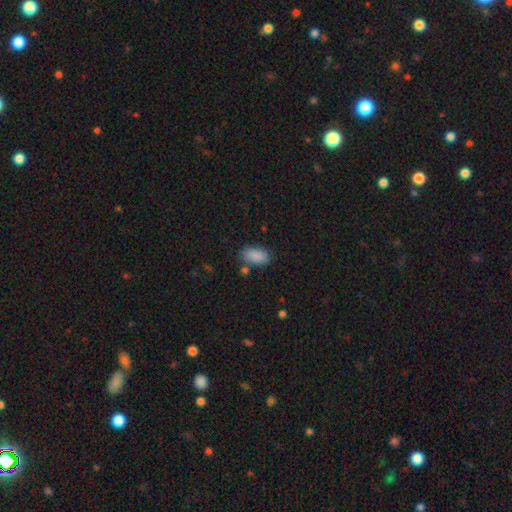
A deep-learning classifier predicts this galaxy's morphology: smooth_or_featured: smooth (p=0.88) [alt: star or artifact p=0.08]
how_rounded: in between (p=0.93) [alt: round p=0.04]
merging: none (p=0.76) [alt: minor disturbance p=0.14]